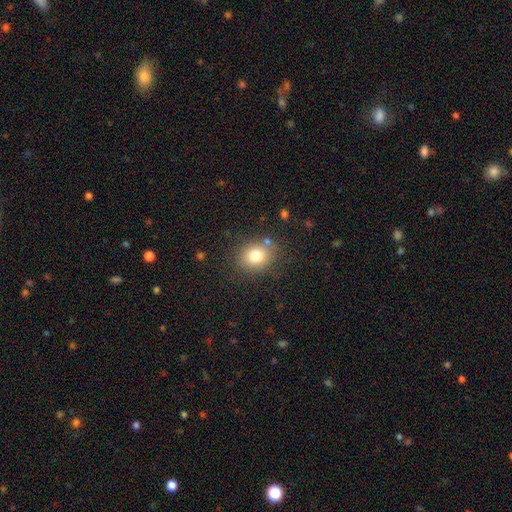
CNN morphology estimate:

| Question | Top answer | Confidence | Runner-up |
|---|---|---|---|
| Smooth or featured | smooth | 78% | star or artifact (12%) |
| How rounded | round | 61% | in between (38%) |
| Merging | none | 78% | minor disturbance (13%) |